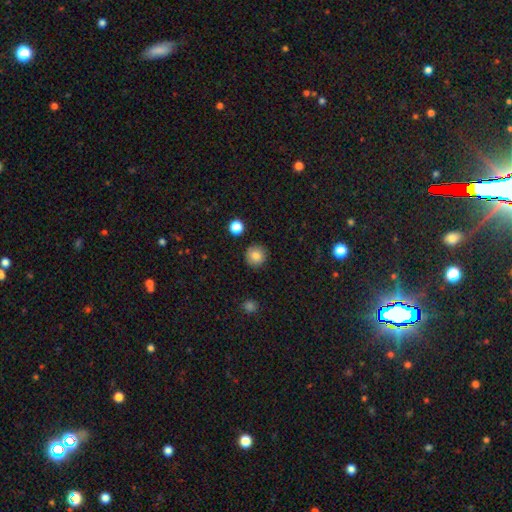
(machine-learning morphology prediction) smooth 82%, star or artifact 10%, featured or disk 8%. Down the decision tree: how rounded — round (95%); merging — none (91%).